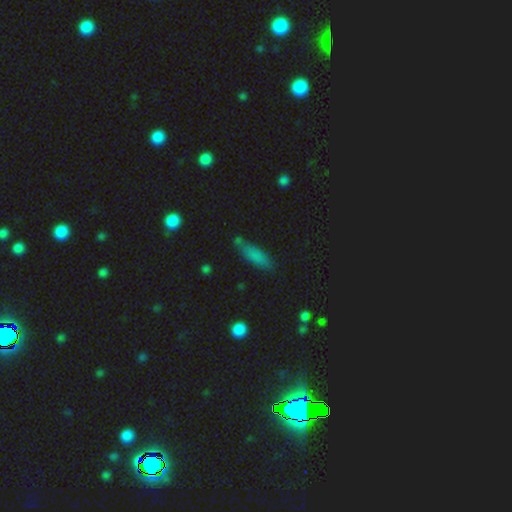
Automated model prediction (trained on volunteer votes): A smooth galaxy with no disk features (77%) that is cigar-shaped (50%).

Vote fractions:
- Smooth or featured? smooth: 77% / featured or disk: 11% / star or artifact: 11%
- How rounded? cigar-shaped: 50% / in between: 47% / round: 3%
- Merging? none: 67% / minor disturbance: 22% / merger: 6% / major disturbance: 6%